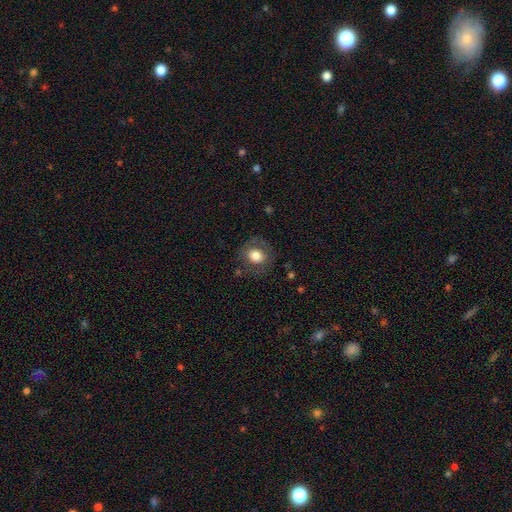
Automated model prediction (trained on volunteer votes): Smooth or featured: smooth — 71% (featured or disk — 19%)
How rounded: round — 80% (in between — 19%)
Merging: none — 77% (minor disturbance — 14%)